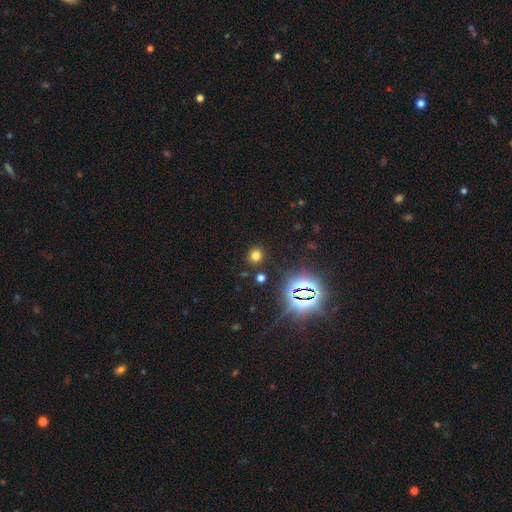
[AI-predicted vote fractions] Overall: smooth (68%). How rounded: round (80%). Merging: none (86%).